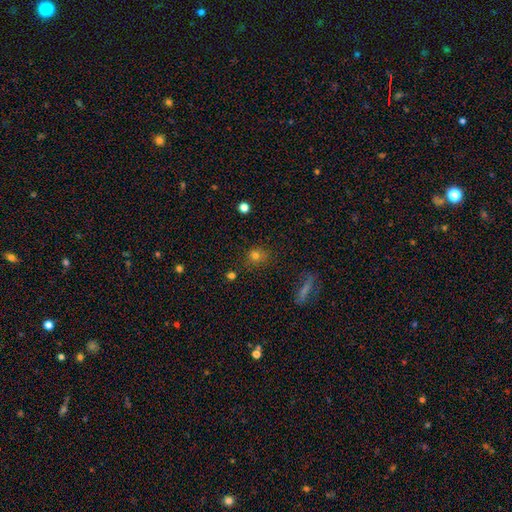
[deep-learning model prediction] smooth_or_featured: smooth (p=0.71) [alt: star or artifact p=0.20]
how_rounded: round (p=0.78) [alt: in between p=0.20]
merging: none (p=0.80) [alt: minor disturbance p=0.13]